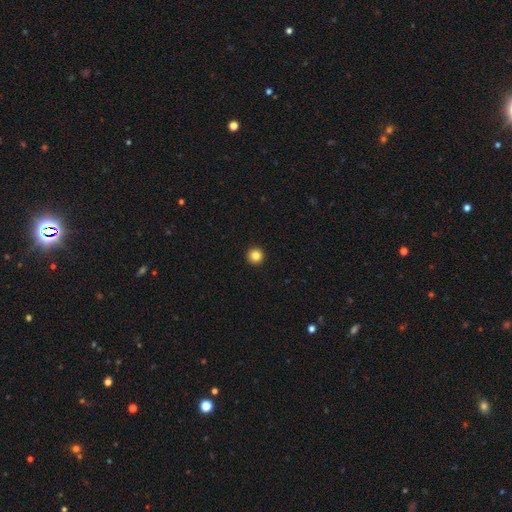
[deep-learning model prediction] The model was most divided on "smooth or featured": smooth: 84%, star or artifact: 11%, featured or disk: 5%. More confident: how rounded — round (97%); merging — none (95%).